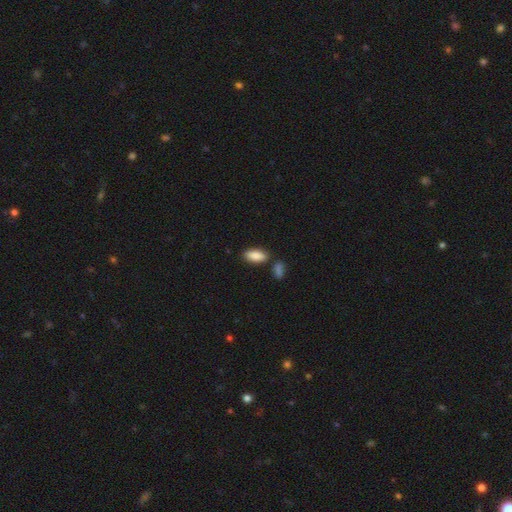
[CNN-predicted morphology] Q: Smooth or featured?
A: smooth (87%); runner-up: featured or disk (6%)
Q: How rounded?
A: in between (87%); runner-up: cigar-shaped (11%)
Q: Merging?
A: none (76%); runner-up: merger (11%)